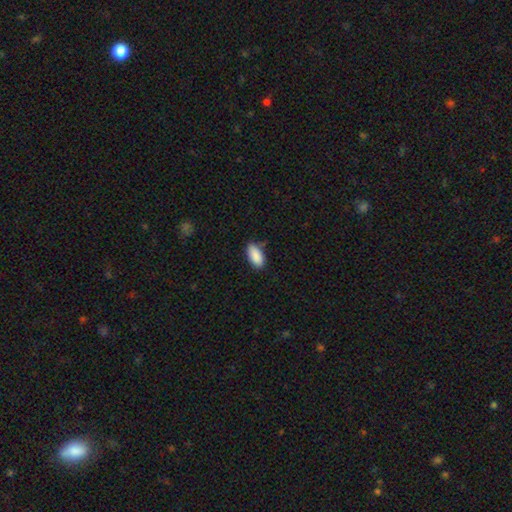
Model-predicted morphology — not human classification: This is clearly a smooth galaxy (89%). How rounded: clearly in between (91%). Merging: likely none (77%).